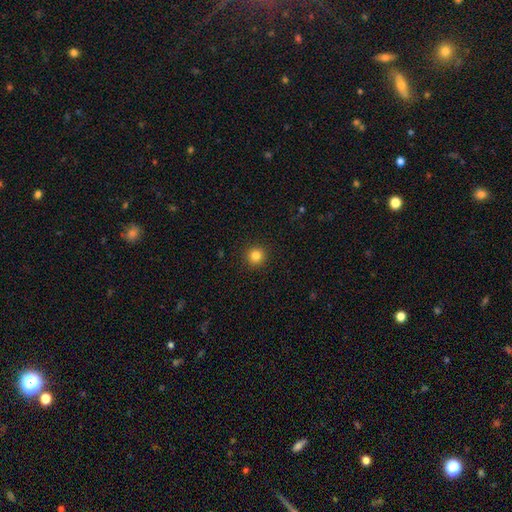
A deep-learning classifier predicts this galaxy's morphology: Overall: smooth (84%). How rounded: round (95%). Merging: none (93%).